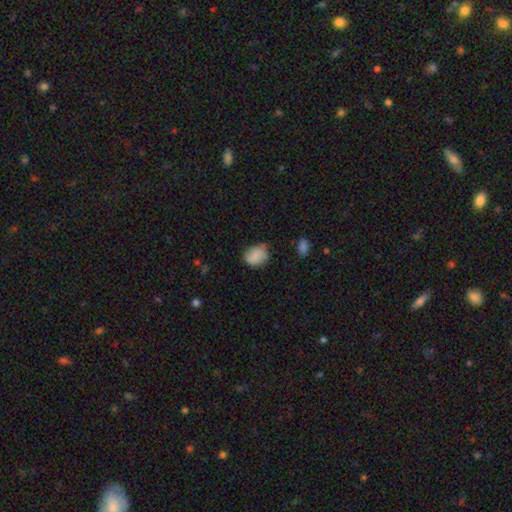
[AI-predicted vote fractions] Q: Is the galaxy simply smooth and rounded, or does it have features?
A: smooth — 81%.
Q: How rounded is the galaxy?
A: in between — 52%.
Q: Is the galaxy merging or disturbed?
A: none — 61%.